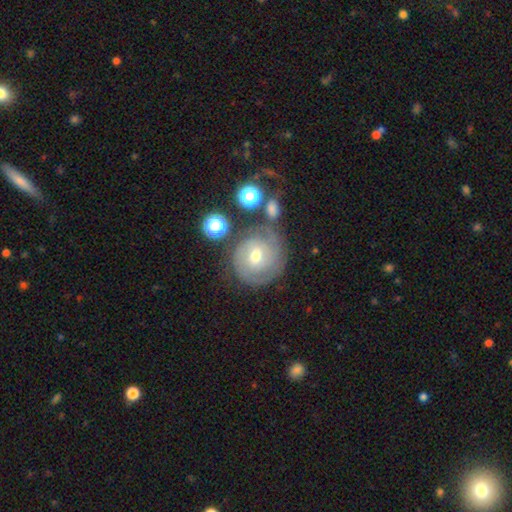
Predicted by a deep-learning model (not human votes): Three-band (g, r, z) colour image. It shows a featured or disk galaxy (71%) with no bar (56%), 2 (41%) tight (70%) spiral arms (90%) and a moderate central bulge (63%). Merging: none (66%).